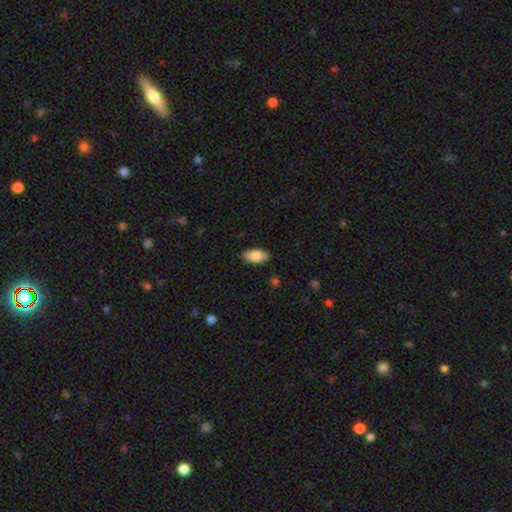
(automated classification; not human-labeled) This is clearly a smooth galaxy (86%). How rounded: clearly in between (93%). Merging: clearly none (86%).